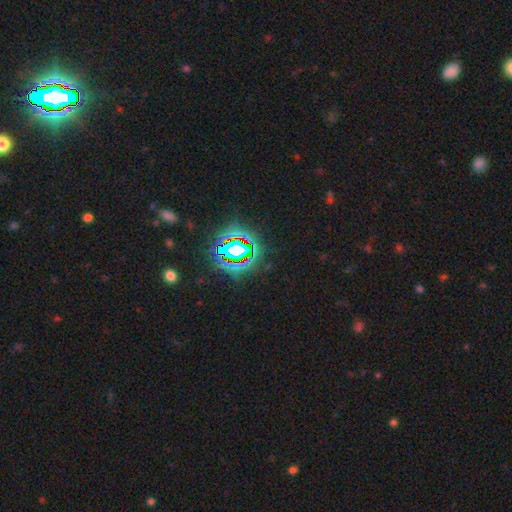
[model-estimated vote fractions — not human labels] Q: Smooth or featured?
A: star or artifact (82%); runner-up: smooth (11%)